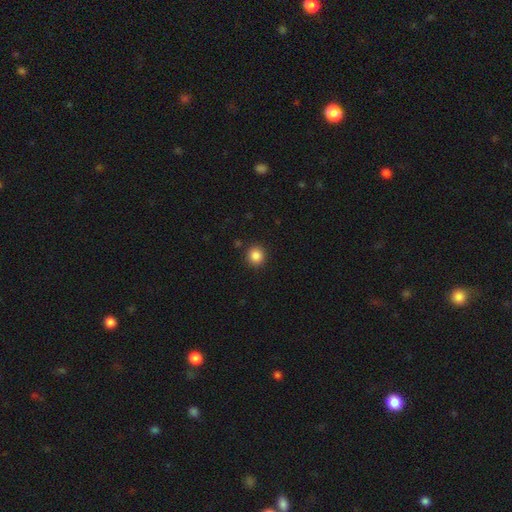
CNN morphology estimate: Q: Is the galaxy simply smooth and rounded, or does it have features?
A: smooth — 86%.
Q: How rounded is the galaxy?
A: round — 91%.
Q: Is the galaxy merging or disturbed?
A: none — 91%.